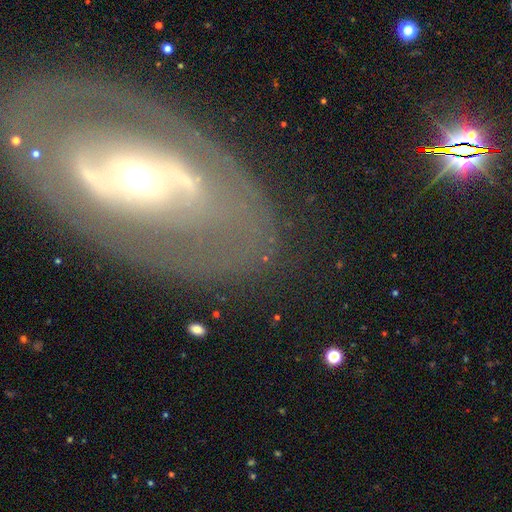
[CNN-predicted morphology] A featured or disk galaxy (54%). Merging: none (65%).